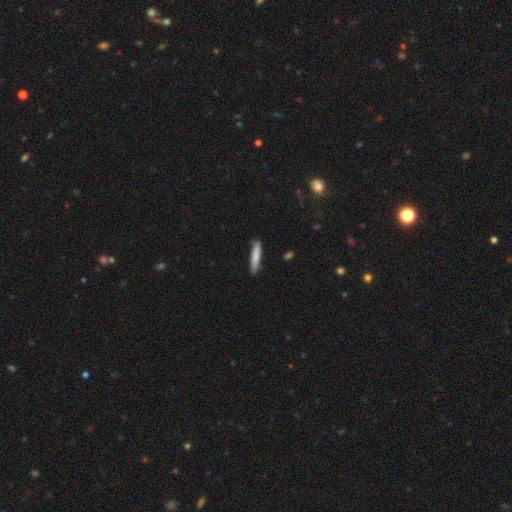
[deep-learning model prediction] Smooth or featured? Predicted: smooth (p=0.80). How rounded? Predicted: cigar-shaped (p=0.93). Merging? Predicted: none (p=0.86).